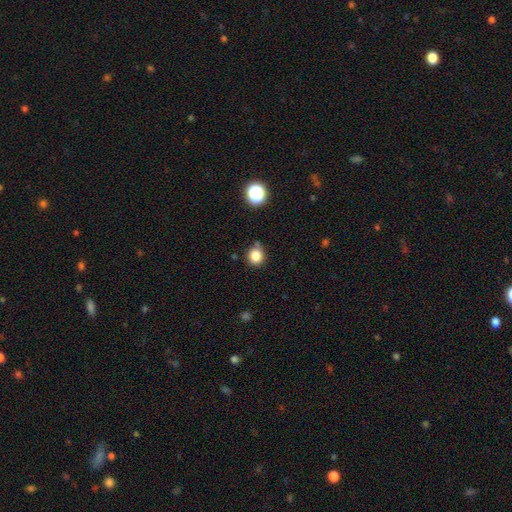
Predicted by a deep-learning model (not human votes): smooth-or-featured: smooth: 83% | star or artifact: 12% | featured or disk: 5%
  how-rounded: round: 83% | in between: 16% | cigar-shaped: 1%
  merging: none: 78% | minor disturbance: 14% | merger: 5% | major disturbance: 3%